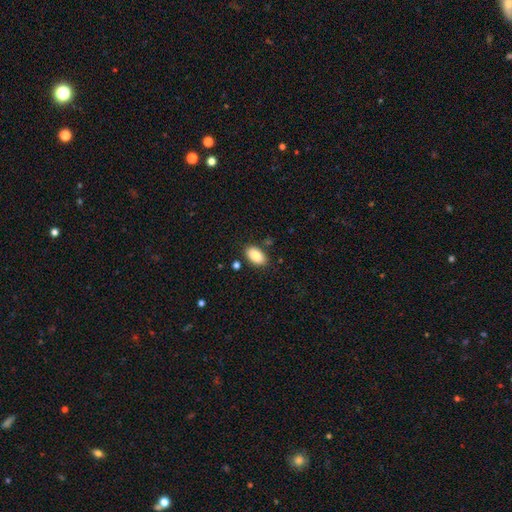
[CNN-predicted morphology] Smooth or featured? Predicted: smooth (p=0.88). How rounded? Predicted: in between (p=0.94). Merging? Predicted: none (p=0.82).